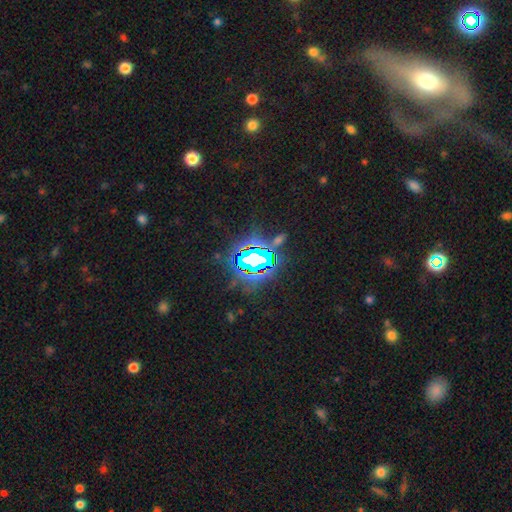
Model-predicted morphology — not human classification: star or artifact 76%, smooth 13%, featured or disk 11%.